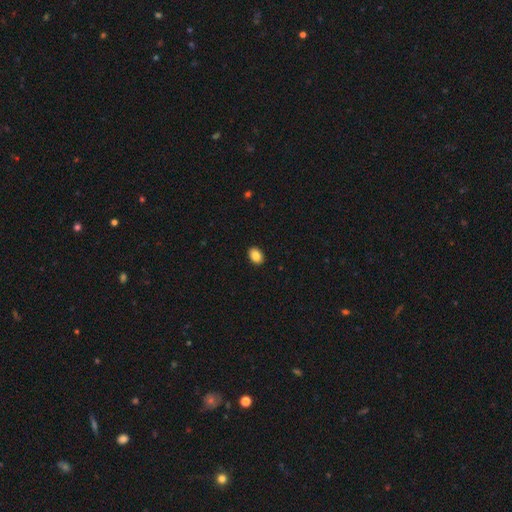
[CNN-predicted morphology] smooth 87%, star or artifact 8%, featured or disk 5%. Down the decision tree: how rounded — in between (77%); merging — none (91%).